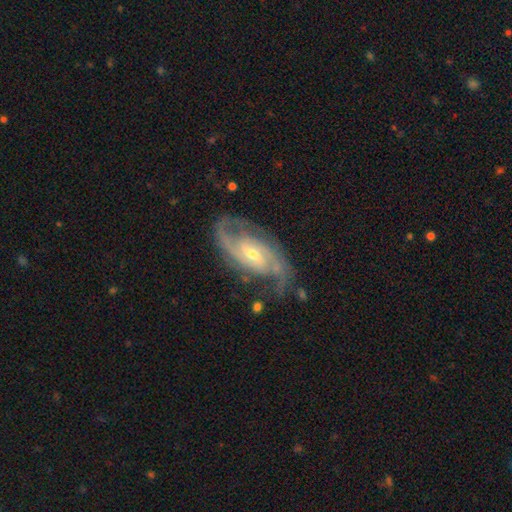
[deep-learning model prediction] Smooth or featured? featured or disk (90%)
Edge-on disk? no (96%)
Bar? weak (42%)
Spiral arms? yes (97%)
Spiral winding? medium (51%)
Spiral arm count? 2 (82%)
Bulge size? small (54%)
Merging? none (73%)